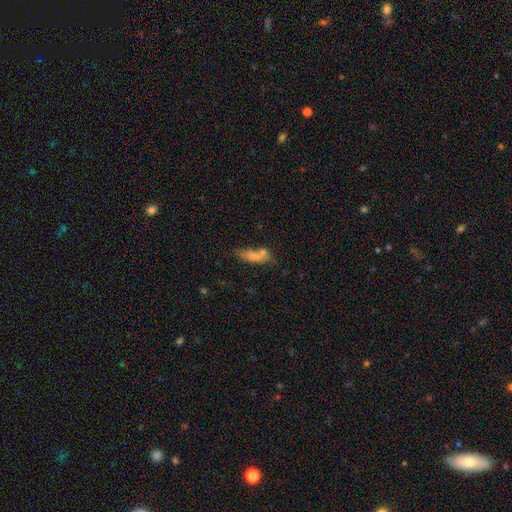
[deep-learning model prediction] Morphology: type=smooth (70%); roundness=in between (60%); merging=none (40%).